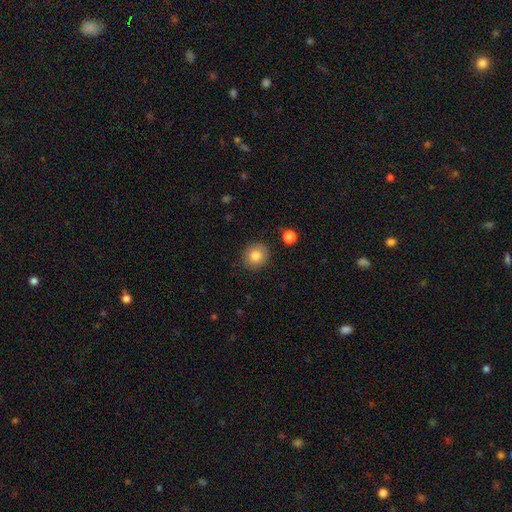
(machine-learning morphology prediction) This is clearly a smooth galaxy (82%). How rounded: clearly round (86%). Merging: clearly none (88%).